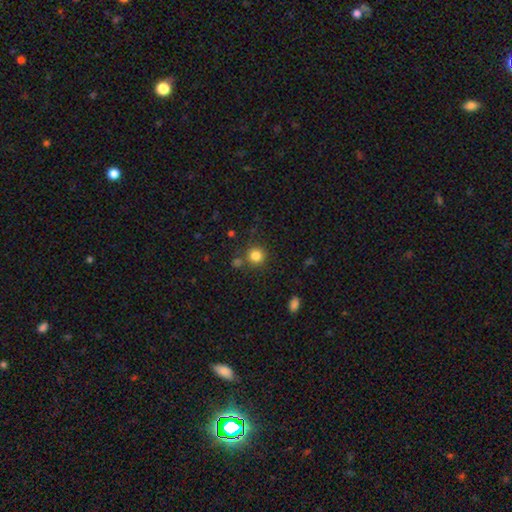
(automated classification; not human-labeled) Smooth or featured: smooth — 83% (star or artifact — 12%)
How rounded: round — 92% (in between — 7%)
Merging: none — 79% (merger — 9%)